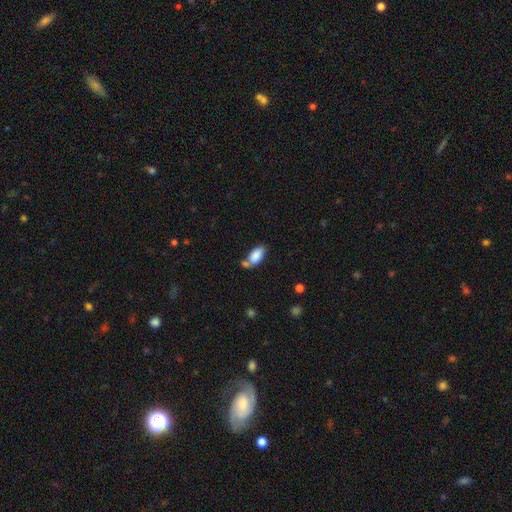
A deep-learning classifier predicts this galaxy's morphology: Smooth or featured? Predicted: smooth (p=0.84). How rounded? Predicted: in between (p=0.92). Merging? Predicted: none (p=0.48).